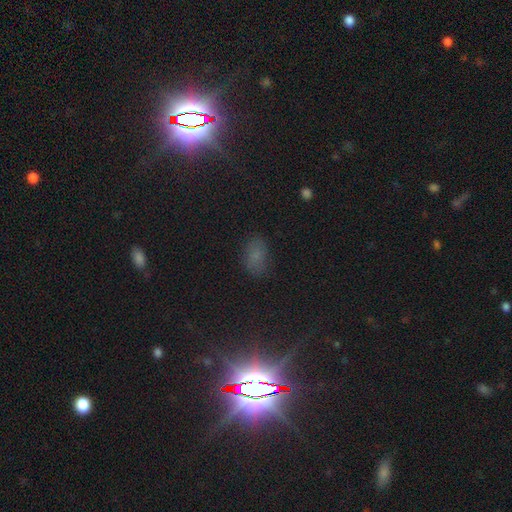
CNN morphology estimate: Smooth or featured?
  - smooth: 63% *
  - star or artifact: 27%
  - featured or disk: 9%
How rounded?
  - in between: 88% *
  - round: 9%
  - cigar-shaped: 2%
Merging?
  - none: 75% *
  - minor disturbance: 17%
  - major disturbance: 6%
  - merger: 2%